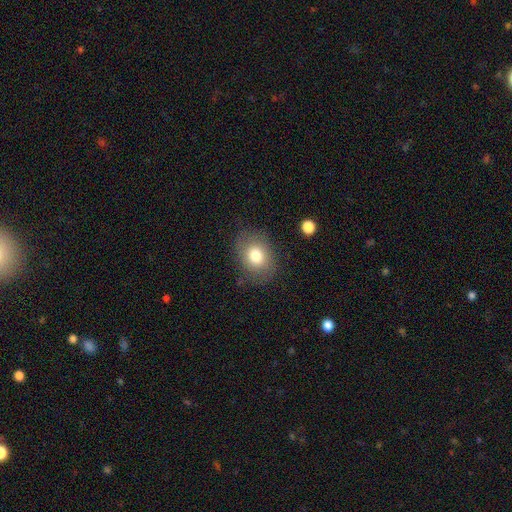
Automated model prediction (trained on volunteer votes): smooth-or-featured: smooth: 78% | featured or disk: 13% | star or artifact: 10%
  how-rounded: in between: 56% | round: 43% | cigar-shaped: 1%
  merging: none: 80% | minor disturbance: 14% | major disturbance: 5% | merger: 2%